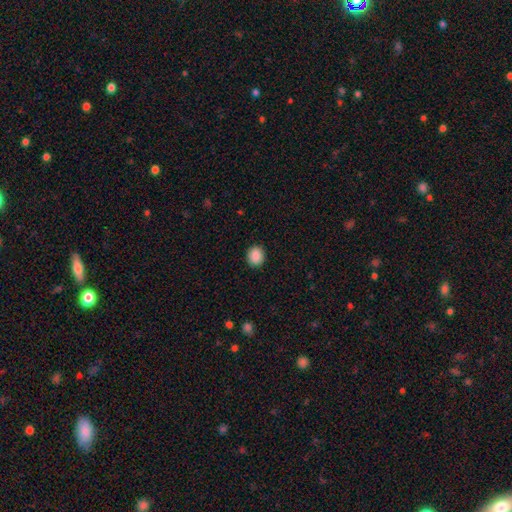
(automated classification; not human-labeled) smooth-or-featured: smooth: 89% | star or artifact: 8% | featured or disk: 3%
  how-rounded: round: 76% | in between: 23% | cigar-shaped: 1%
  merging: none: 90% | minor disturbance: 7% | major disturbance: 2% | merger: 1%